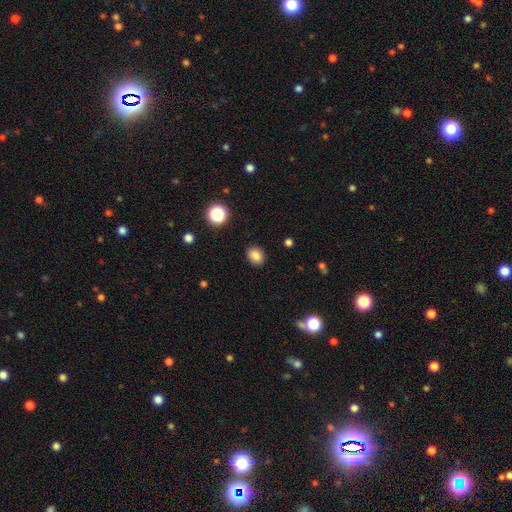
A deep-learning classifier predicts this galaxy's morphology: Smooth or featured?
  - smooth: 84% *
  - star or artifact: 11%
  - featured or disk: 5%
How rounded?
  - round: 51% *
  - in between: 48%
  - cigar-shaped: 1%
Merging?
  - none: 89% *
  - minor disturbance: 7%
  - major disturbance: 2%
  - merger: 1%